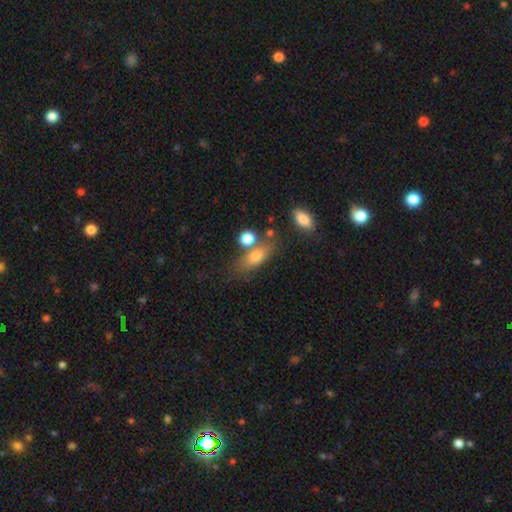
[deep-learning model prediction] The model was most divided on "merging": none: 55%, merger: 22%, minor disturbance: 15%, major disturbance: 7%. More confident: smooth or featured — smooth (73%); how rounded — in between (68%).